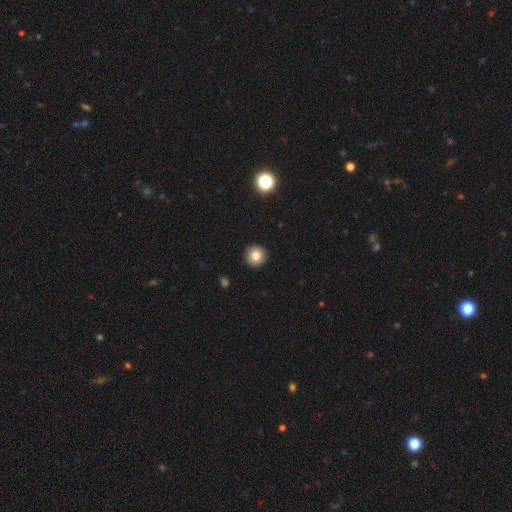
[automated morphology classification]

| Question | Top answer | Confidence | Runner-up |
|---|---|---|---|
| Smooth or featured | smooth | 83% | star or artifact (10%) |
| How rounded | round | 95% | in between (4%) |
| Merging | none | 93% | minor disturbance (5%) |